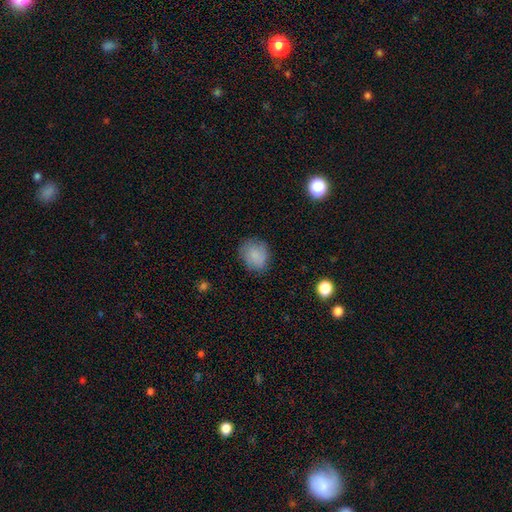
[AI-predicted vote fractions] Smooth or featured?
  - smooth: 79% *
  - featured or disk: 13%
  - star or artifact: 8%
How rounded?
  - round: 73% *
  - in between: 26%
  - cigar-shaped: 1%
Merging?
  - none: 77% *
  - minor disturbance: 17%
  - major disturbance: 5%
  - merger: 1%